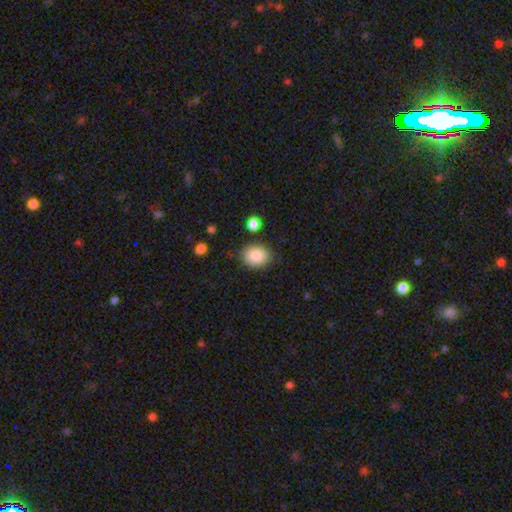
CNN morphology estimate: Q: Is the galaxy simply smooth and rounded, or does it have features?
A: smooth — 87%.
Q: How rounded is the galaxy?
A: in between — 51%.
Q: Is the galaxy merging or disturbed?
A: none — 83%.